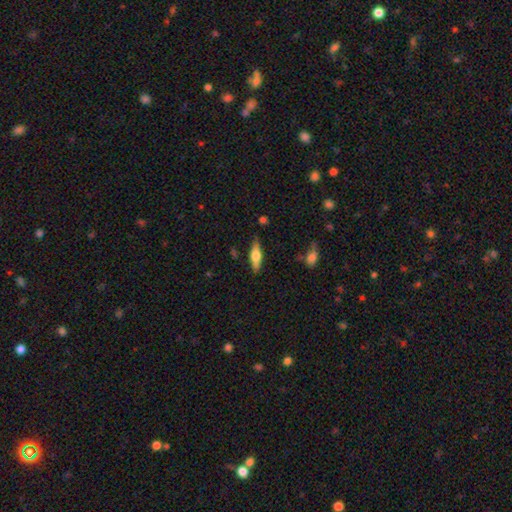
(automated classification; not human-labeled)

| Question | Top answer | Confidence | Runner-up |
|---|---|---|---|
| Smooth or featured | smooth | 53% | featured or disk (40%) |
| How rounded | cigar-shaped | 53% | in between (45%) |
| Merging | none | 82% | minor disturbance (13%) |